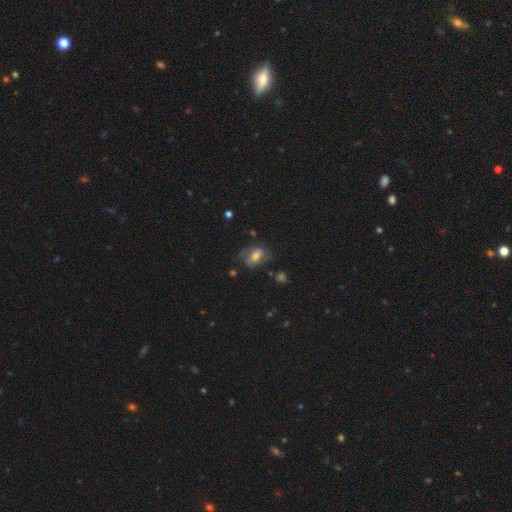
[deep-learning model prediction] Morphology: type=smooth (45%, tied with featured or disk); merging=none (53%).